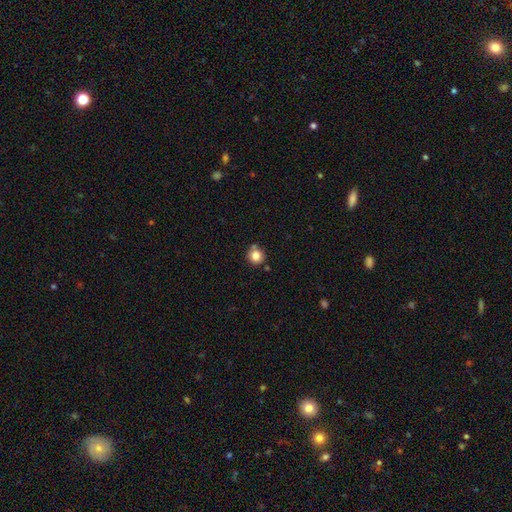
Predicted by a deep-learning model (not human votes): Smooth or featured? Predicted: smooth (p=0.81). How rounded? Predicted: round (p=0.93). Merging? Predicted: none (p=0.76).